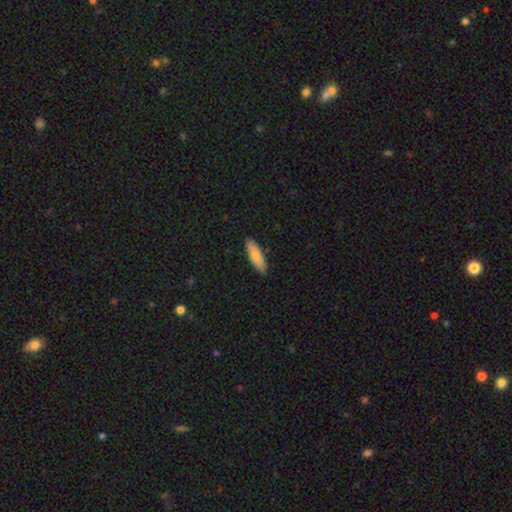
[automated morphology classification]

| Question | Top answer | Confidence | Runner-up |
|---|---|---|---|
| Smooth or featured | smooth | 78% | featured or disk (16%) |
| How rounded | in between | 54% | cigar-shaped (44%) |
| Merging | none | 87% | minor disturbance (10%) |